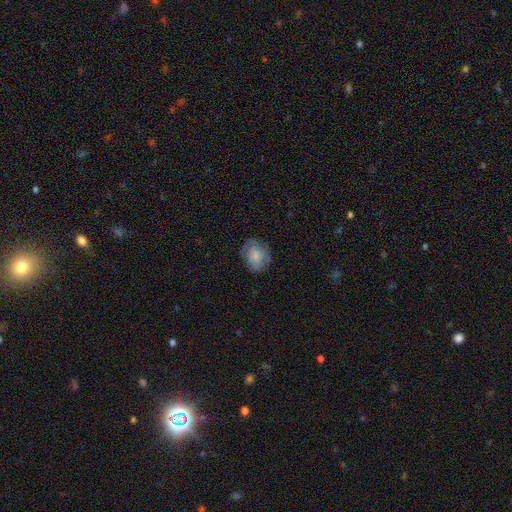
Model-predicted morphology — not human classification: A smooth galaxy with no disk features (67%) that is round (53%).

Vote fractions:
- Smooth or featured? smooth: 67% / featured or disk: 25% / star or artifact: 8%
- How rounded? round: 53% / in between: 46% / cigar-shaped: 1%
- Merging? none: 68% / minor disturbance: 22% / major disturbance: 9% / merger: 1%